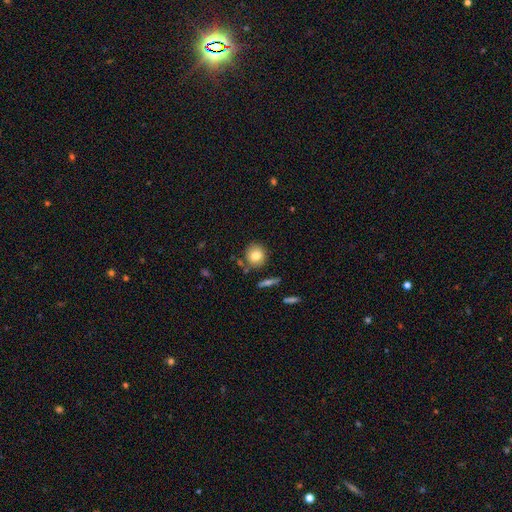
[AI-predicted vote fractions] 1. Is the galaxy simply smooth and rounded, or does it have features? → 79% smooth, 12% featured or disk, 9% star or artifact.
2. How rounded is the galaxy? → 88% round, 11% in between, 1% cigar-shaped.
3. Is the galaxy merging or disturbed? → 82% none, 10% minor disturbance, 5% merger, 3% major disturbance.